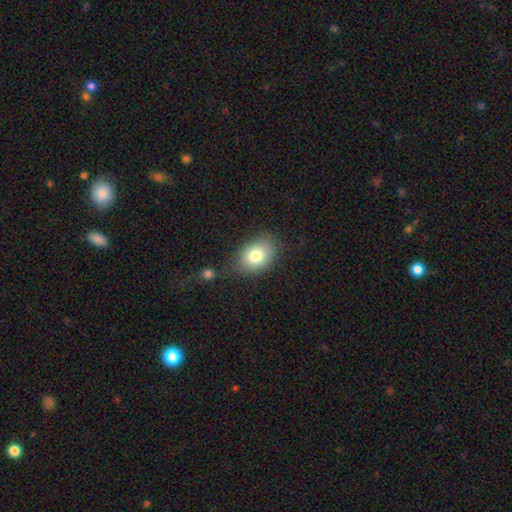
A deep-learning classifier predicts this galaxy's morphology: Smooth or featured? smooth (80%)
How rounded? in between (75%)
Merging? none (73%)